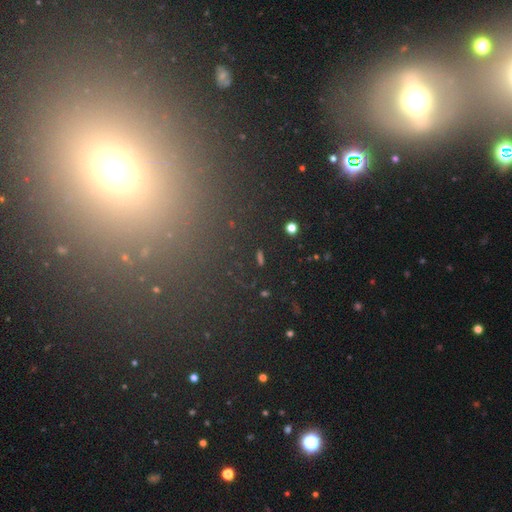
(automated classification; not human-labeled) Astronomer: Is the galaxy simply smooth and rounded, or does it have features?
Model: star or artifact — 51% (runner-up: smooth, 33%).